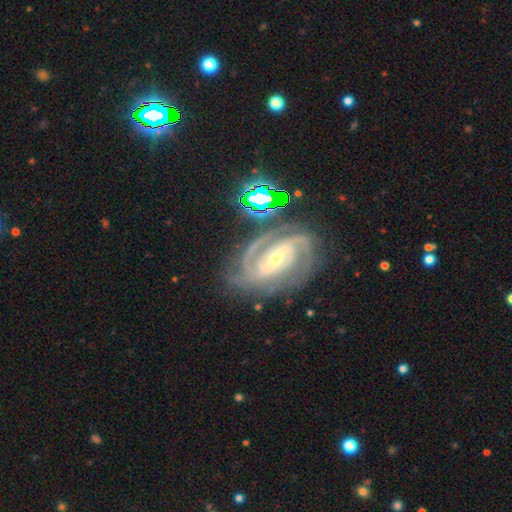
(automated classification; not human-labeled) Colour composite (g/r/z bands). It shows a featured or disk galaxy (81%) with a strong bar (42%), 2 (61%) tight (52%) spiral arms (94%) and a small central bulge (58%). Merging: none (71%).